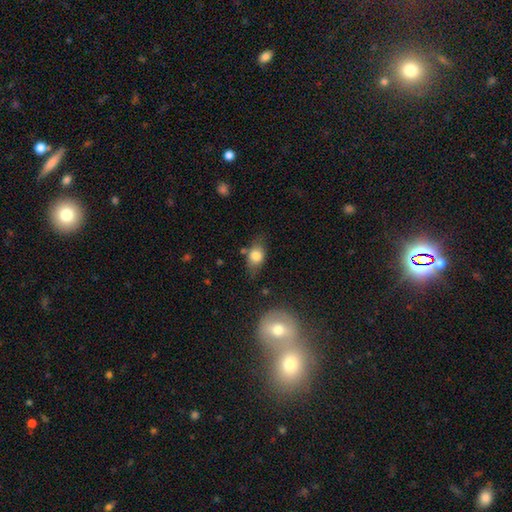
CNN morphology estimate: Smooth or featured? smooth (78%)
How rounded? in between (73%)
Merging? none (65%)